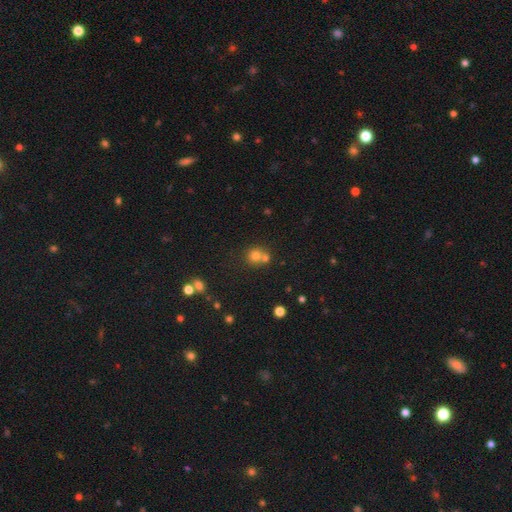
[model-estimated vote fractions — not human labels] This appears to be a smooth galaxy with no disk features (72%) that is round (87%). Merging: none (47%).